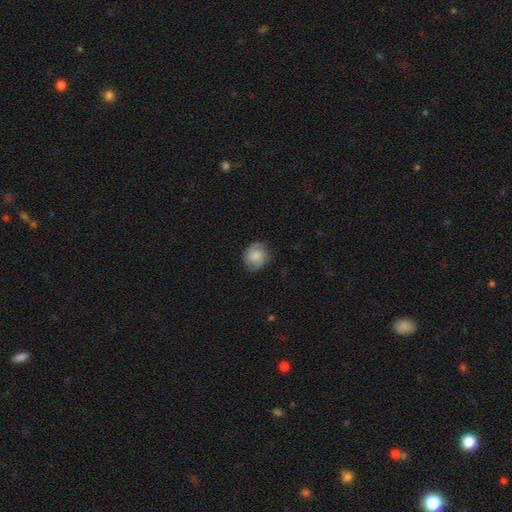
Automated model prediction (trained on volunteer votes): A smooth galaxy with no disk features (70%) that is round (75%).

Vote fractions:
- Smooth or featured? smooth: 70% / featured or disk: 22% / star or artifact: 8%
- How rounded? round: 75% / in between: 25% / cigar-shaped: 1%
- Merging? none: 74% / minor disturbance: 20% / major disturbance: 5% / merger: 1%